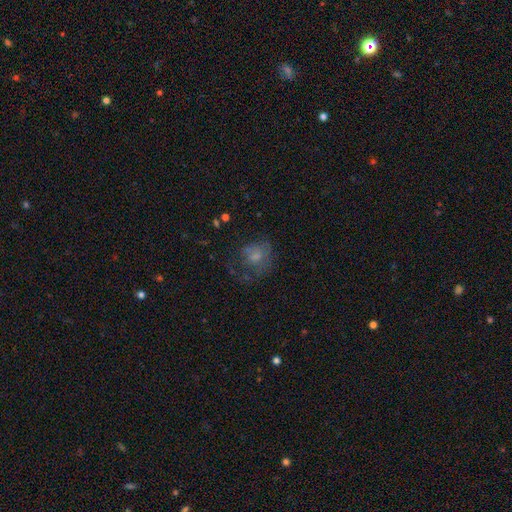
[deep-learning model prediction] smooth 51%, featured or disk 34%, star or artifact 14%. Down the decision tree: how rounded — round (60%); merging — none (37%, tied with major disturbance).